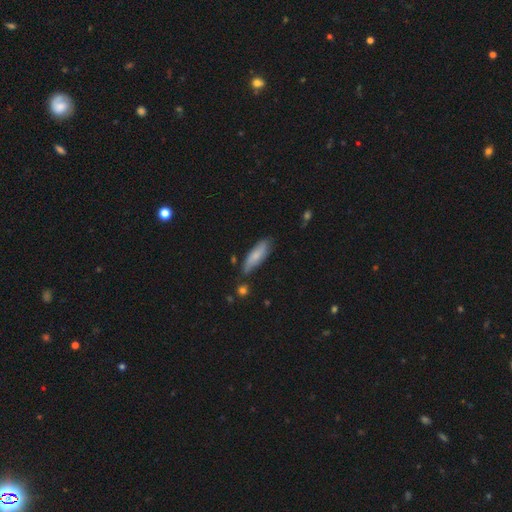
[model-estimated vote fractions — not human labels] The model was most divided on "how rounded": cigar-shaped: 52%, in between: 46%, round: 2%. More confident: merging — none (71%); smooth or featured — smooth (70%).